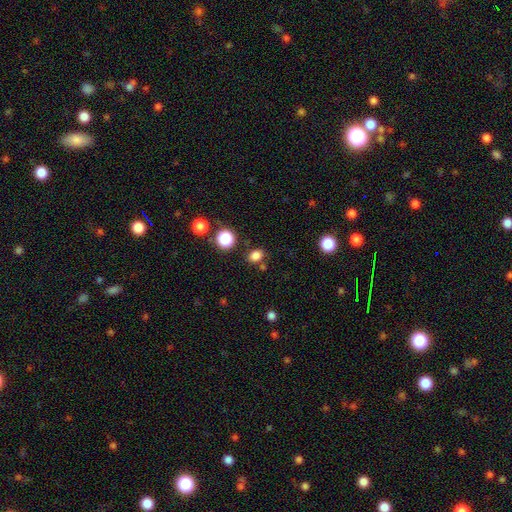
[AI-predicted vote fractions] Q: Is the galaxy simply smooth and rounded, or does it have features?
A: smooth — 81%.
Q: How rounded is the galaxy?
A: in between — 57%.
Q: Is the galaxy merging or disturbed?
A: none — 78%.